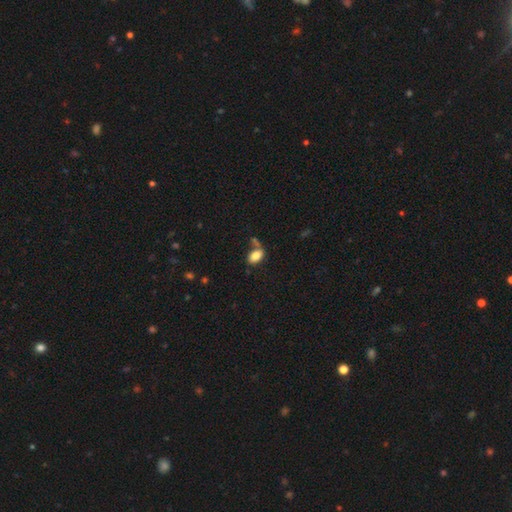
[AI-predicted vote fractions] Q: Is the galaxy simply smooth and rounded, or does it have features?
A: smooth — 83%.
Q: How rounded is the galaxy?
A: in between — 91%.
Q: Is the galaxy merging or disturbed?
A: none — 58%.